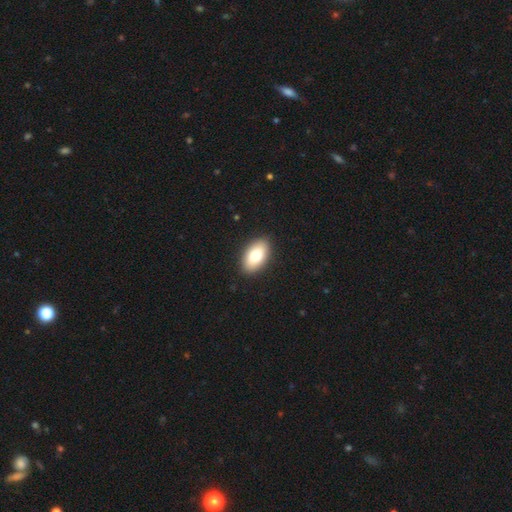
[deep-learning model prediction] A smooth galaxy with no disk features (78%) that is in between round and cigar-shaped (93%). Merging: none (90%).